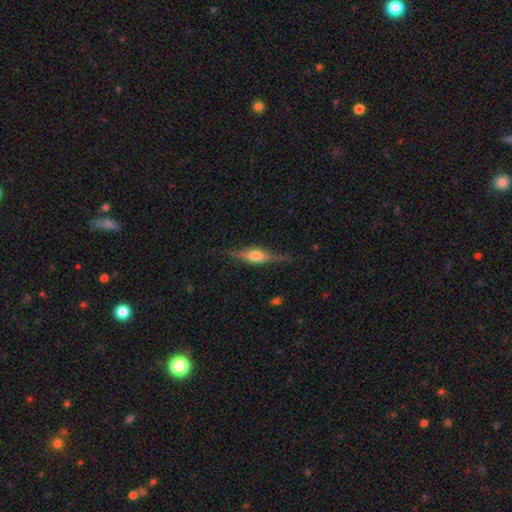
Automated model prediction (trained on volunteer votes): Overall: featured or disk (65%; smooth 28%). Edge-on disk: yes (95%). Edge-on bulge: rounded (86%). Merging: none (79%).